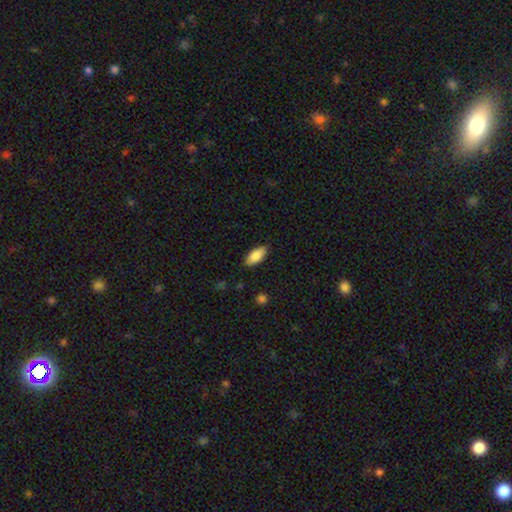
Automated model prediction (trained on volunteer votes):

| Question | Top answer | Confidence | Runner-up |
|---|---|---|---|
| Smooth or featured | smooth | 84% | featured or disk (9%) |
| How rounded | in between | 88% | cigar-shaped (10%) |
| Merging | none | 86% | minor disturbance (11%) |